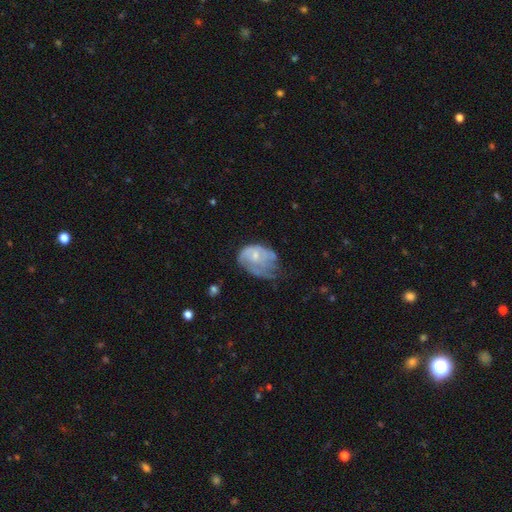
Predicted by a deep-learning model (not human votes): Smooth or featured: featured or disk — 54% (smooth — 39%)
Edge-on disk: no — 97% (yes — 3%)
Bar: no — 75% (weak — 22%)
Spiral arms: yes — 58% (no — 42%)
Bulge size: small — 56% (moderate — 33%)
Merging: major disturbance — 39% (minor disturbance — 34%)